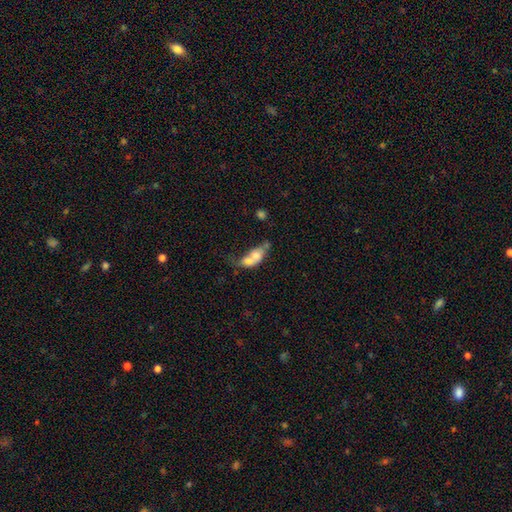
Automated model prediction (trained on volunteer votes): smooth_or_featured: smooth (p=0.61) [alt: featured or disk p=0.30]
how_rounded: in between (p=0.68) [alt: round p=0.25]
merging: merger (p=0.70) [alt: none p=0.13]